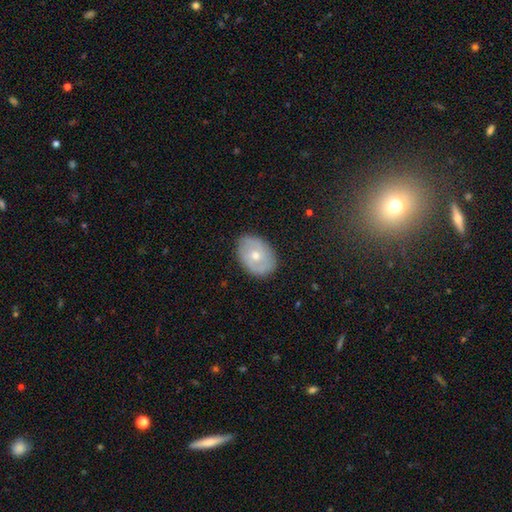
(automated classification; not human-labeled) Smooth or featured? Predicted: featured or disk (p=0.49). Merging? Predicted: none (p=0.84).